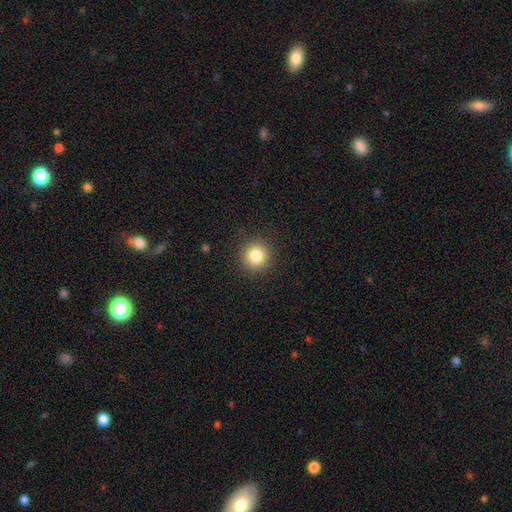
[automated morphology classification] This appears to be a smooth galaxy with no disk features (84%) that is round (94%). Merging: none (90%).